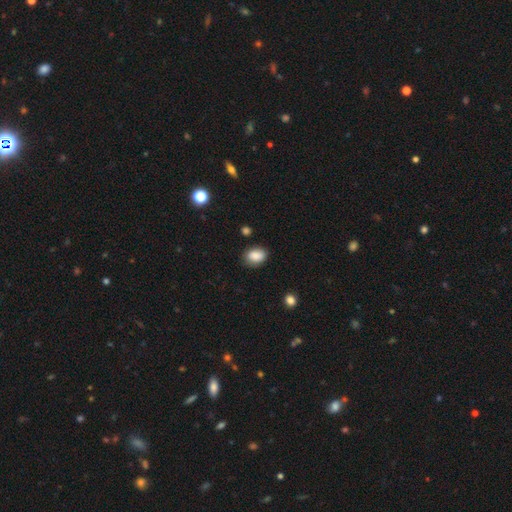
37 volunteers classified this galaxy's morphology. Smooth or featured?
  - smooth: 84% *
  - featured or disk: 11%
  - star or artifact: 5%
How rounded?
  - round: 52% *
  - in between: 48%
  - cigar-shaped: 0%
Merging?
  - none: 86% *
  - minor disturbance: 9%
  - major disturbance: 6%
  - merger: 0%